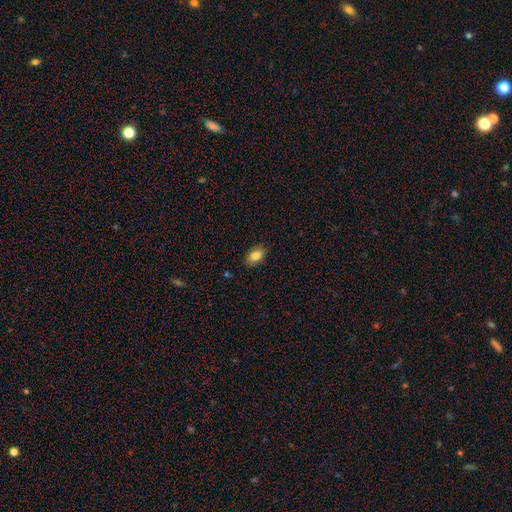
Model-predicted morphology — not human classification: This appears to be a smooth galaxy with no disk features (84%) that is in between round and cigar-shaped (88%). Merging: none (85%).